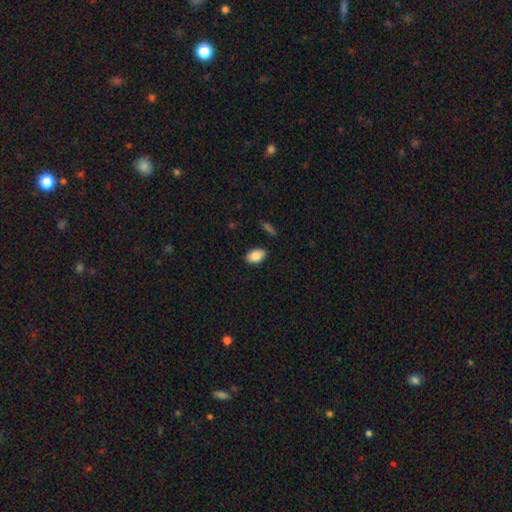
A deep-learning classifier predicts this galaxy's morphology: Smooth or featured? Predicted: smooth (p=0.84). How rounded? Predicted: in between (p=0.91). Merging? Predicted: none (p=0.87).